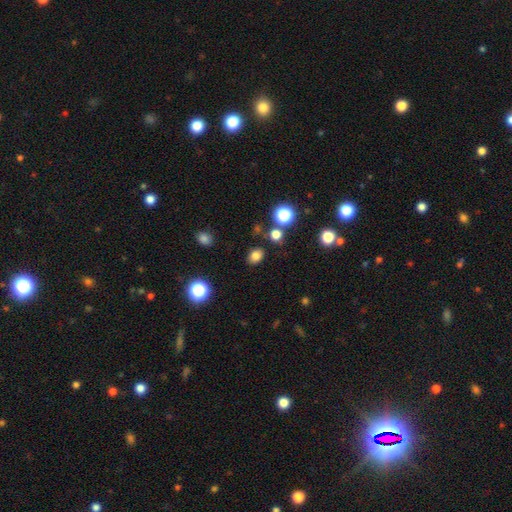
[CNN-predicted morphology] Smooth or featured?
  - smooth: 80% *
  - star or artifact: 14%
  - featured or disk: 6%
How rounded?
  - in between: 58% *
  - round: 41%
  - cigar-shaped: 1%
Merging?
  - none: 83% *
  - minor disturbance: 10%
  - merger: 4%
  - major disturbance: 3%